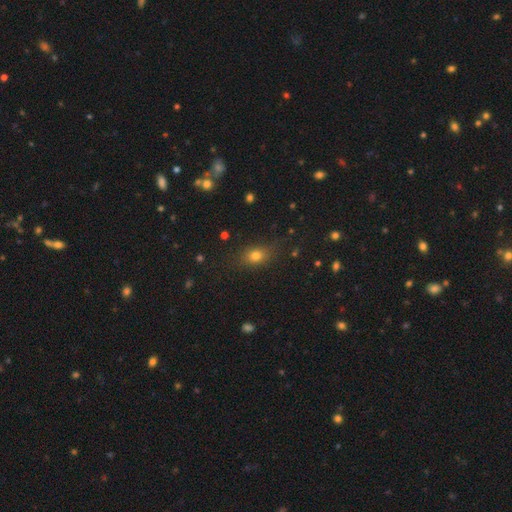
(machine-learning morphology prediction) smooth 75%, star or artifact 15%, featured or disk 11%. Down the decision tree: how rounded — in between (63%); merging — none (79%).